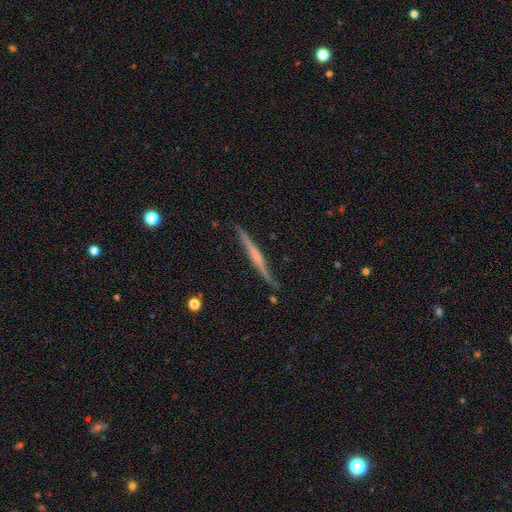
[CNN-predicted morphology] This is likely a featured or disk galaxy (68%). It is clearly viewed edge-on (97%). Edge-on bulge: possibly none (56%). Merging: clearly none (85%).